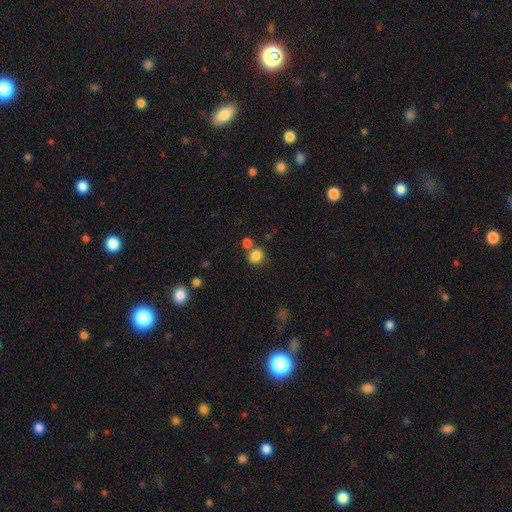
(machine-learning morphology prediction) The model was most divided on "merging": none: 66%, merger: 21%, minor disturbance: 10%, major disturbance: 4%. More confident: smooth or featured — smooth (84%); how rounded — round (76%).